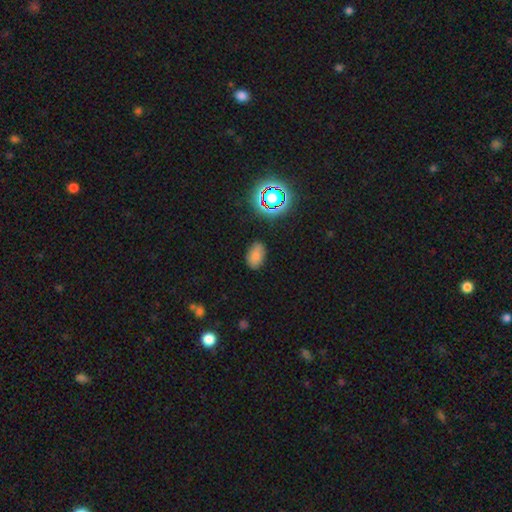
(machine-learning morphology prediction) smooth_or_featured: smooth (p=0.74) [alt: star or artifact p=0.18]
how_rounded: in between (p=0.88) [alt: round p=0.10]
merging: none (p=0.84) [alt: minor disturbance p=0.12]